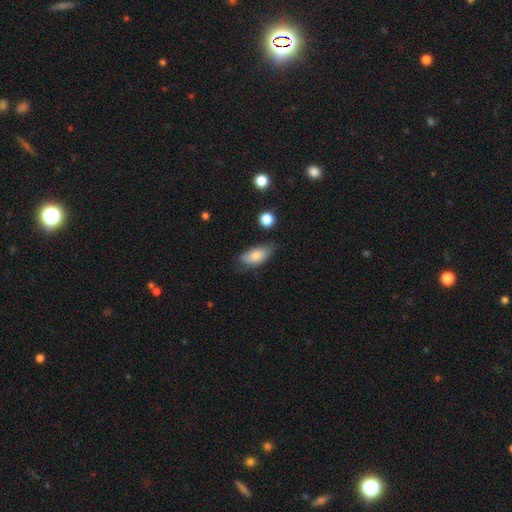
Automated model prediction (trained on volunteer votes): smooth-or-featured: smooth: 80% | featured or disk: 13% | star or artifact: 7%
  how-rounded: in between: 88% | cigar-shaped: 9% | round: 3%
  merging: none: 62% | minor disturbance: 29% | major disturbance: 6% | merger: 3%